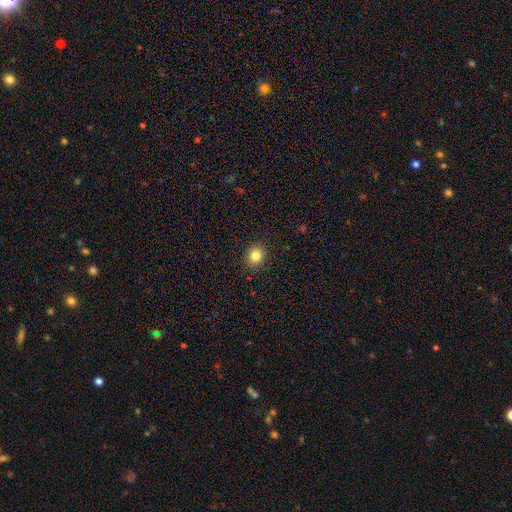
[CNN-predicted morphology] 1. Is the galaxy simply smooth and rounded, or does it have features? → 83% smooth, 11% star or artifact, 6% featured or disk.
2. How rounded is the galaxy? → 72% round, 27% in between, 1% cigar-shaped.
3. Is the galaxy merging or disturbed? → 91% none, 6% minor disturbance, 2% major disturbance, 1% merger.